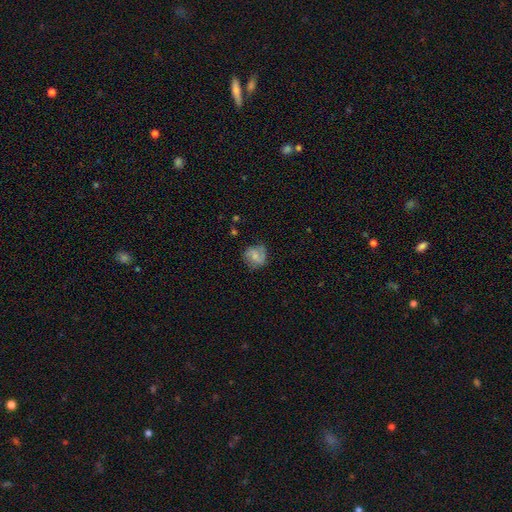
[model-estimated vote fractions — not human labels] The model was most divided on "smooth or featured" (2-way tie): smooth: 46%, featured or disk: 46%, star or artifact: 8%. More confident: merging — none (64%).